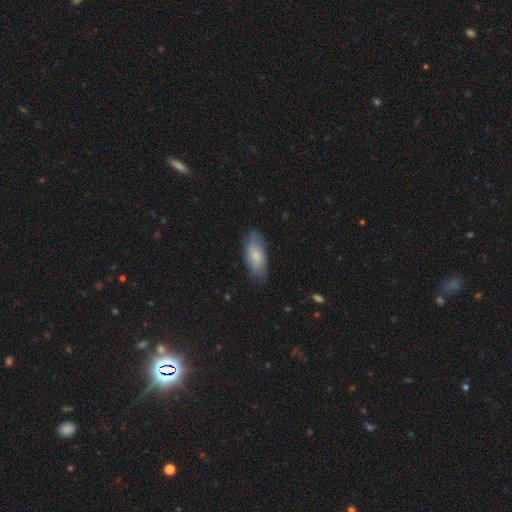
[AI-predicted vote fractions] This appears to be a smooth galaxy with no disk features (66%) that is in between round and cigar-shaped (85%). Merging: none (71%).